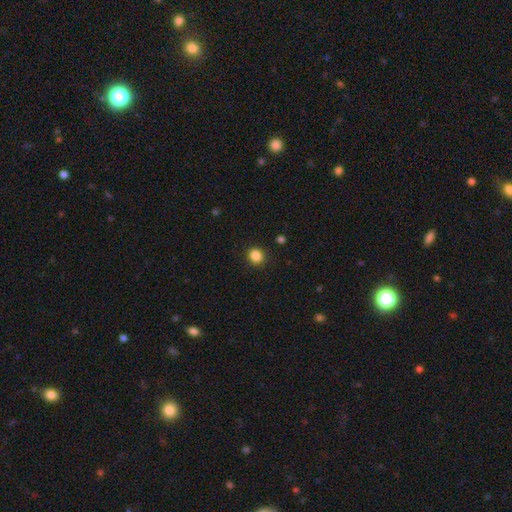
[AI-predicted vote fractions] The model was most divided on "smooth or featured": smooth: 86%, star or artifact: 11%, featured or disk: 3%. More confident: merging — none (91%); how rounded — round (87%).